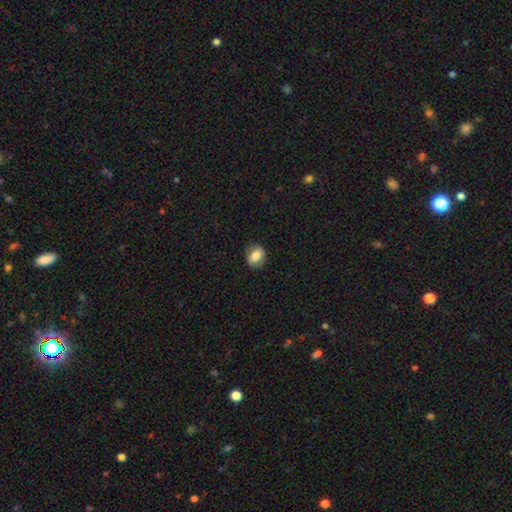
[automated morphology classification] A smooth galaxy with no disk features (82%) that is in between round and cigar-shaped (53%). Merging: none (86%).